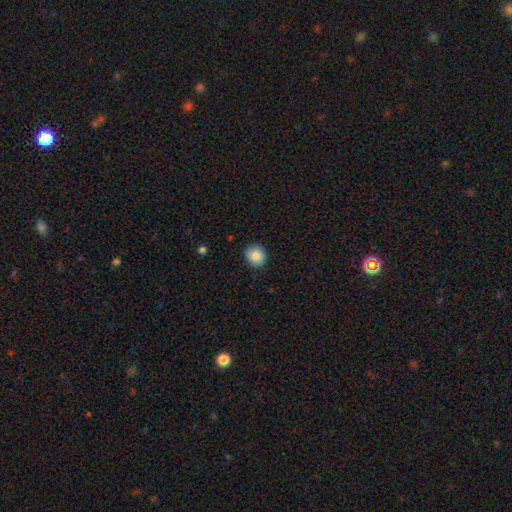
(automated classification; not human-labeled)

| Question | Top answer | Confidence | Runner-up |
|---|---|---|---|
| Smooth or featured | smooth | 84% | star or artifact (9%) |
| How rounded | round | 85% | in between (14%) |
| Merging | none | 86% | minor disturbance (11%) |